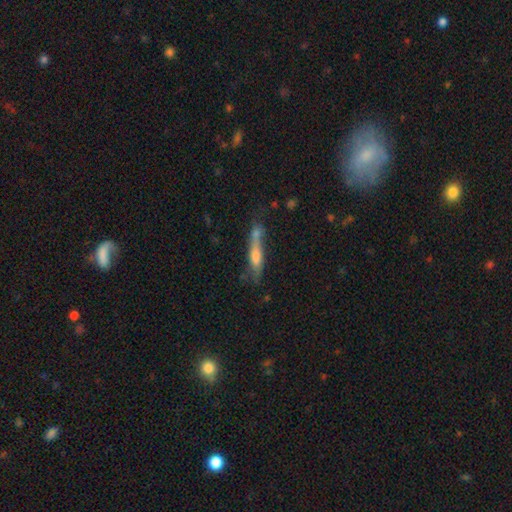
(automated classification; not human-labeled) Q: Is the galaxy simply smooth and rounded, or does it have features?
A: featured or disk — 45%, tied with smooth.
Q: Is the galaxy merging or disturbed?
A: none — 52%.